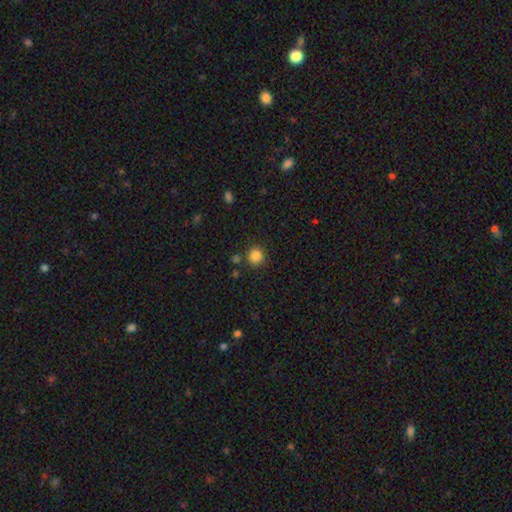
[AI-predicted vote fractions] Smooth or featured: smooth — 85% (star or artifact — 11%)
How rounded: round — 92% (in between — 7%)
Merging: none — 85% (minor disturbance — 8%)